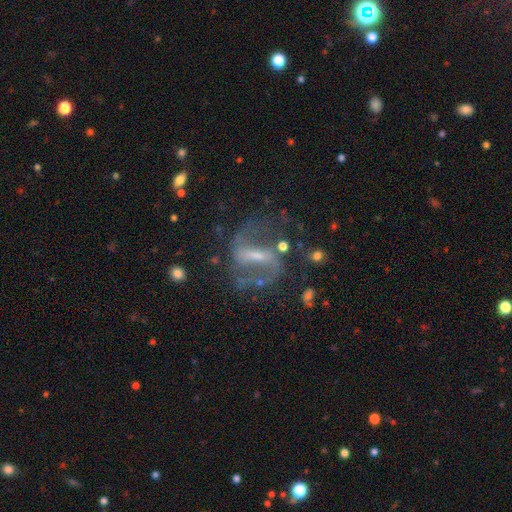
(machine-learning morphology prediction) Q: Smooth or featured?
A: featured or disk (85%); runner-up: star or artifact (8%)
Q: Edge-on disk?
A: no (96%); runner-up: yes (4%)
Q: Bar?
A: strong (56%); runner-up: weak (34%)
Q: Spiral arms?
A: yes (92%); runner-up: no (8%)
Q: Spiral winding?
A: medium (48%); runner-up: loose (43%)
Q: Spiral arm count?
A: 2 (90%); runner-up: can't tell (4%)
Q: Bulge size?
A: small (51%); runner-up: moderate (29%)
Q: Merging?
A: none (64%); runner-up: minor disturbance (16%)